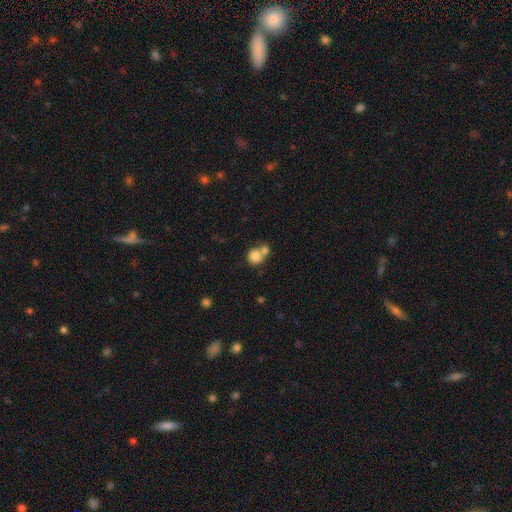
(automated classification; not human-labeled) Smooth or featured?
  - smooth: 81% *
  - featured or disk: 10%
  - star or artifact: 9%
How rounded?
  - round: 84% *
  - in between: 15%
  - cigar-shaped: 1%
Merging?
  - merger: 50% *
  - none: 38%
  - minor disturbance: 8%
  - major disturbance: 4%